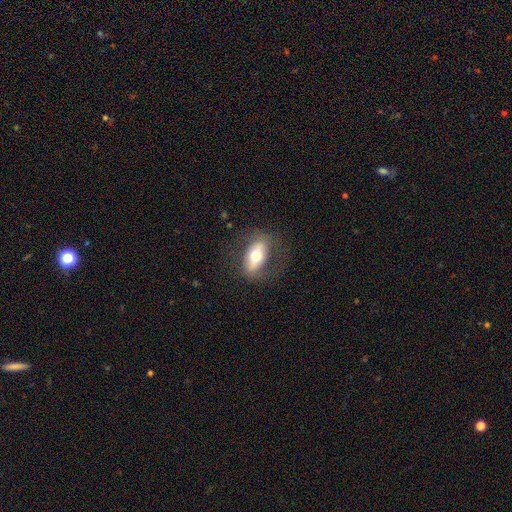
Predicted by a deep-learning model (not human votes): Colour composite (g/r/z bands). It shows a smooth galaxy with no disk features (54%) that is in between round and cigar-shaped (83%). Merging: none (74%).